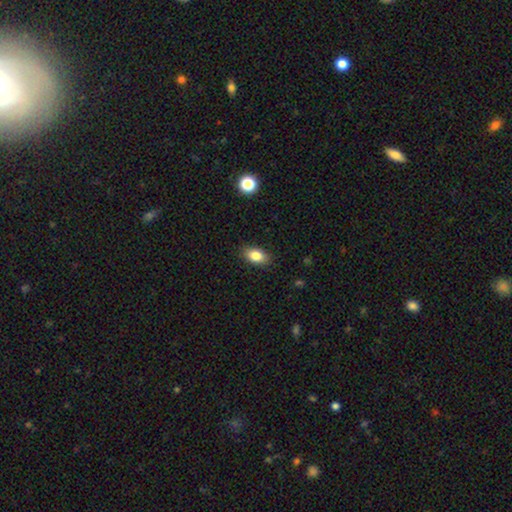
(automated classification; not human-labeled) Q: Smooth or featured?
A: smooth (83%); runner-up: star or artifact (9%)
Q: How rounded?
A: in between (87%); runner-up: round (10%)
Q: Merging?
A: none (88%); runner-up: minor disturbance (9%)